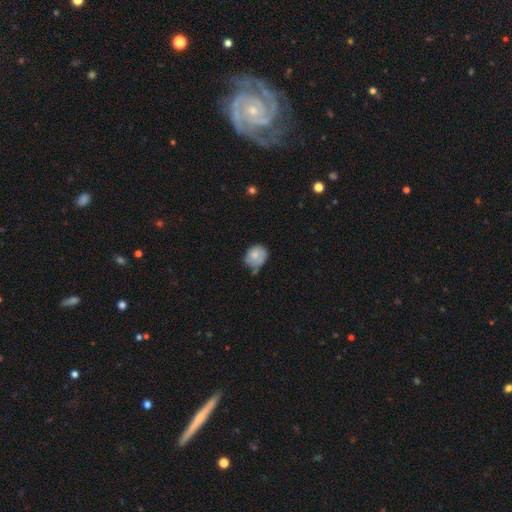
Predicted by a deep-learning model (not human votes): smooth-or-featured: smooth: 76% | featured or disk: 17% | star or artifact: 8%
  how-rounded: round: 55% | in between: 44% | cigar-shaped: 1%
  merging: none: 43% | minor disturbance: 39% | major disturbance: 11% | merger: 7%